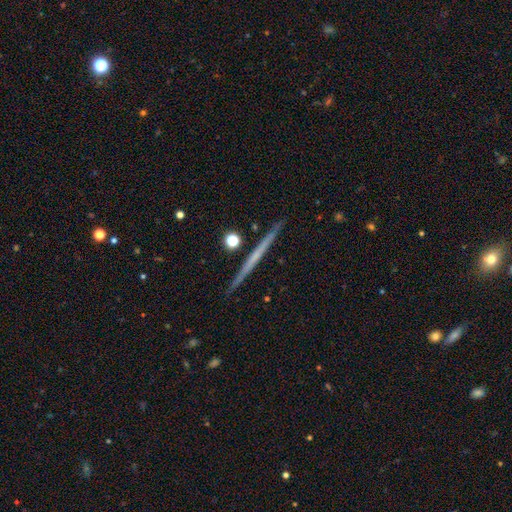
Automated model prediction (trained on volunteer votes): This is possibly a featured or disk galaxy (59%). It is clearly viewed edge-on (98%). Edge-on bulge: clearly none (89%). Merging: clearly none (91%).